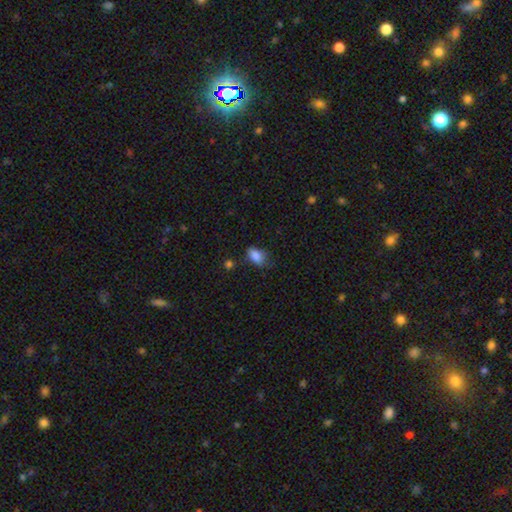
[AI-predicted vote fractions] Smooth or featured? smooth (85%)
How rounded? in between (88%)
Merging? none (56%)